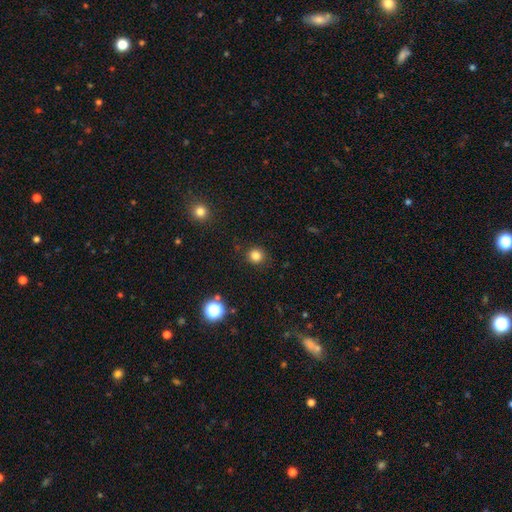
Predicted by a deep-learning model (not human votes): Smooth or featured: smooth — 81% (star or artifact — 14%)
How rounded: round — 92% (in between — 7%)
Merging: none — 90% (minor disturbance — 7%)